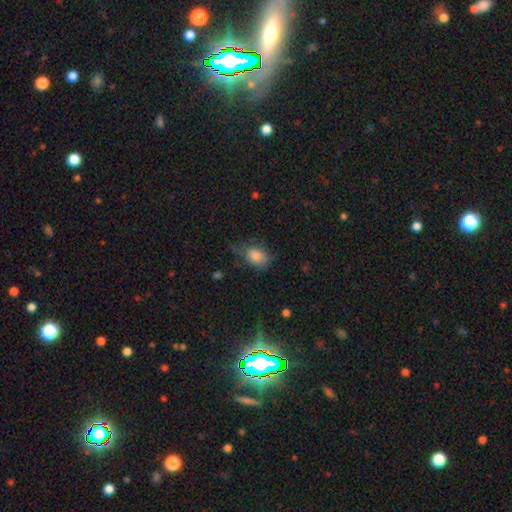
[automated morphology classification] This appears to be a smooth galaxy with no disk features (77%) that is in between round and cigar-shaped (77%). Merging: none (48%).